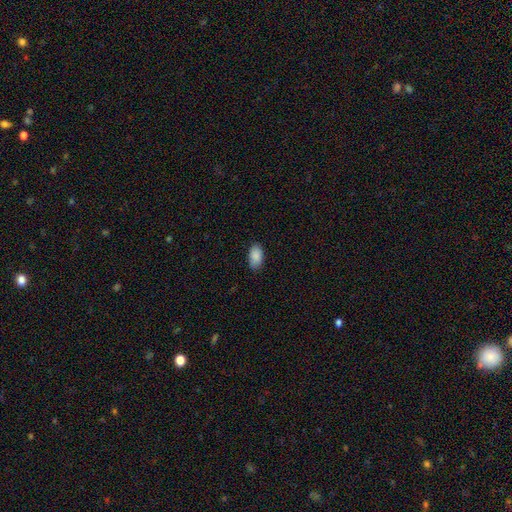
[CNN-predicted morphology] smooth 89%, star or artifact 7%, featured or disk 5%. Down the decision tree: how rounded — in between (94%); merging — none (85%).